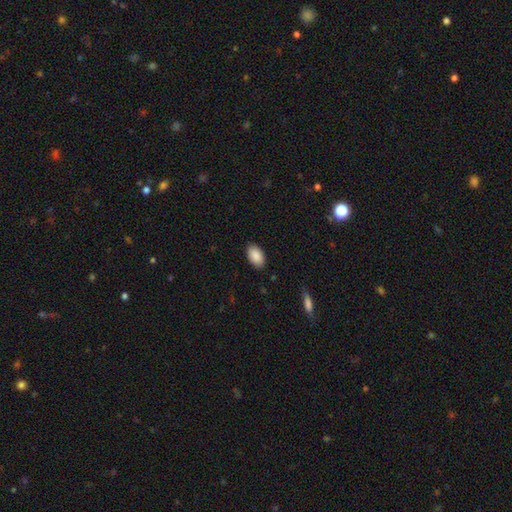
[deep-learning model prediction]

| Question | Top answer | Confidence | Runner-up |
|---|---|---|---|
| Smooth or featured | smooth | 90% | star or artifact (6%) |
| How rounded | in between | 94% | round (5%) |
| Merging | none | 88% | minor disturbance (9%) |